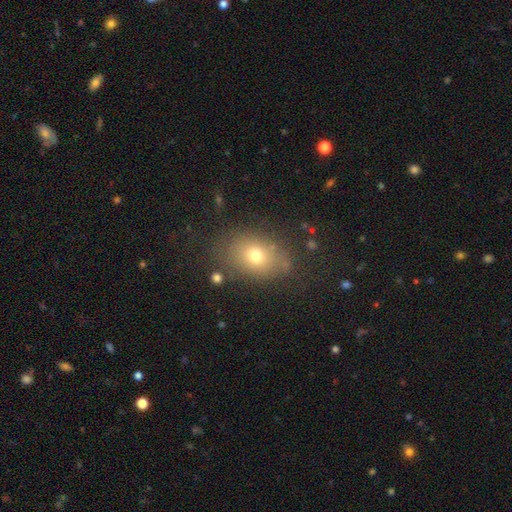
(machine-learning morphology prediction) smooth 70%, star or artifact 15%, featured or disk 15%. Down the decision tree: how rounded — in between (67%); merging — none (76%).